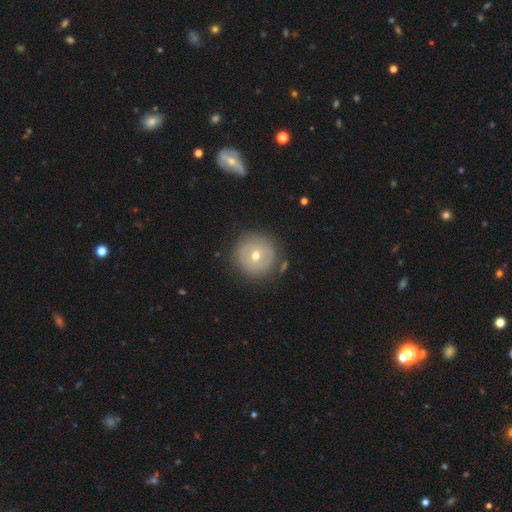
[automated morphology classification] A smooth galaxy with no disk features (52%) that is round (95%). Merging: none (83%).